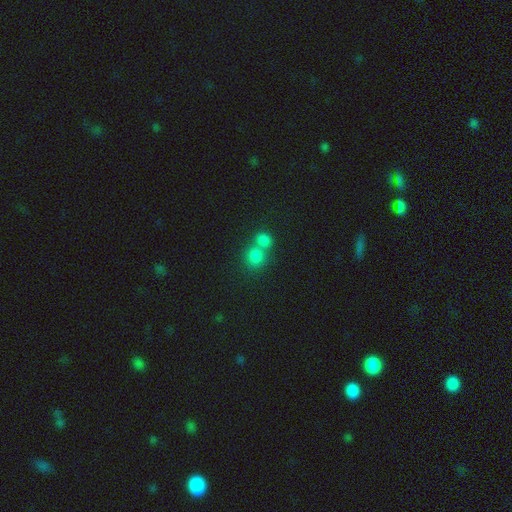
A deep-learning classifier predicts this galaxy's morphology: Overall: smooth (80%). How rounded: round (76%). Merging: merger (53%; none 36%).